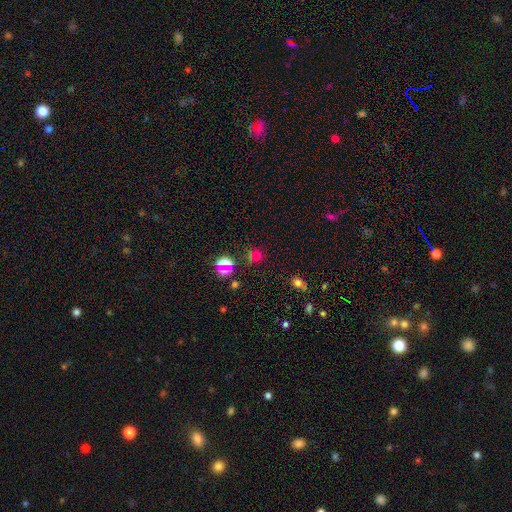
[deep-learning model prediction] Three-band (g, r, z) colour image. It shows a smooth galaxy with no disk features (52%) that is round (83%). Merging: none (69%).